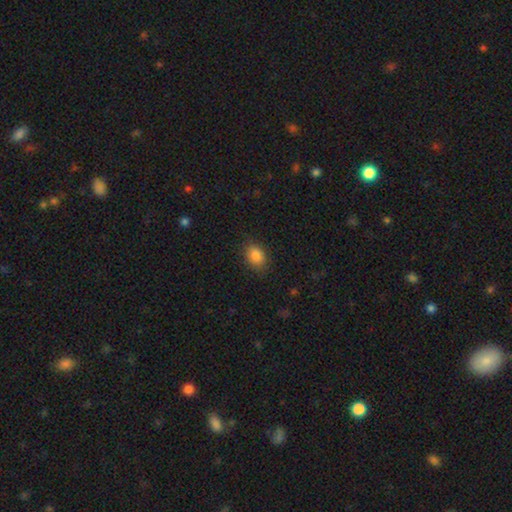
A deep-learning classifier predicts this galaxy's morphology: This is clearly a smooth galaxy (86%). How rounded: likely in between (73%). Merging: clearly none (84%).